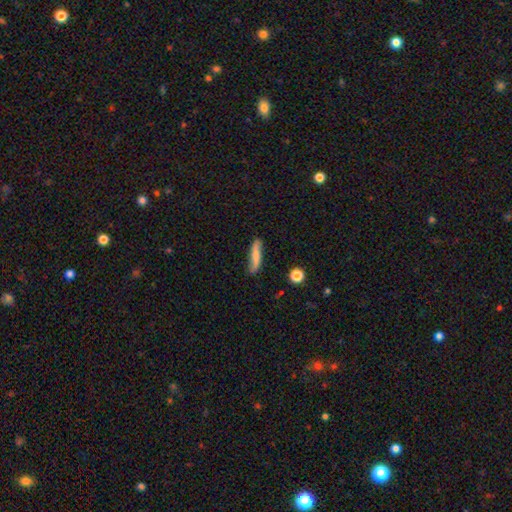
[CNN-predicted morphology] Smooth or featured? smooth (64%)
How rounded? cigar-shaped (80%)
Merging? none (76%)